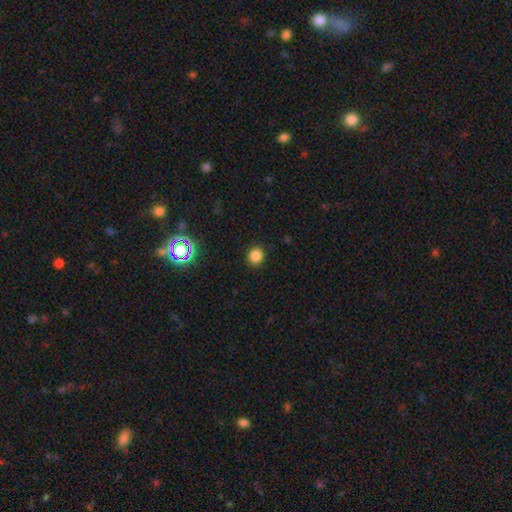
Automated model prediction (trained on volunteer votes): This appears to be a smooth galaxy with no disk features (81%) that is round (87%). Merging: none (90%).